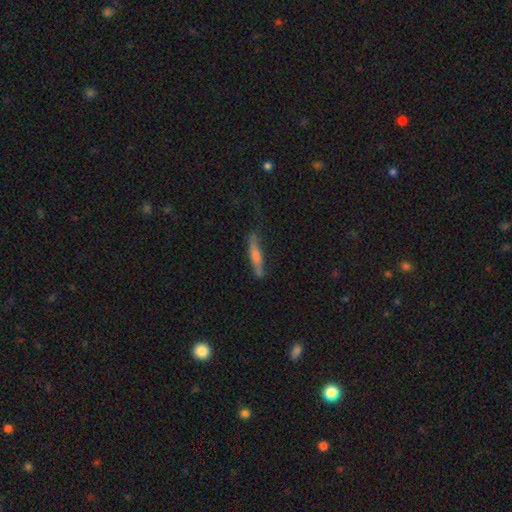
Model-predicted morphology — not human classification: Smooth or featured? smooth (51%)
How rounded? cigar-shaped (89%)
Merging? none (64%)